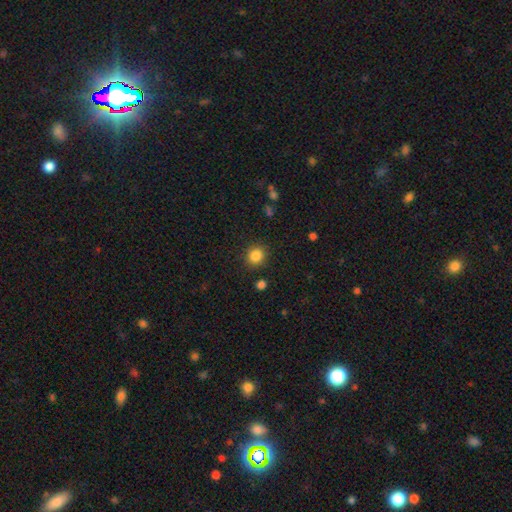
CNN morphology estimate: The model was most divided on "how rounded": round: 84%, in between: 15%, cigar-shaped: 1%. More confident: merging — none (88%); smooth or featured — smooth (85%).